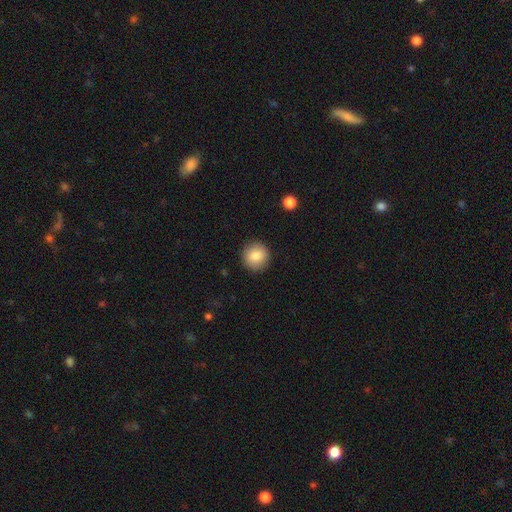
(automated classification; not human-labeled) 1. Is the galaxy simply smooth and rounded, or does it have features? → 85% smooth, 8% star or artifact, 7% featured or disk.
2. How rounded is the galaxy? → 94% round, 5% in between, 1% cigar-shaped.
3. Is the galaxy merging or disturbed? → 91% none, 6% minor disturbance, 2% major disturbance, 1% merger.